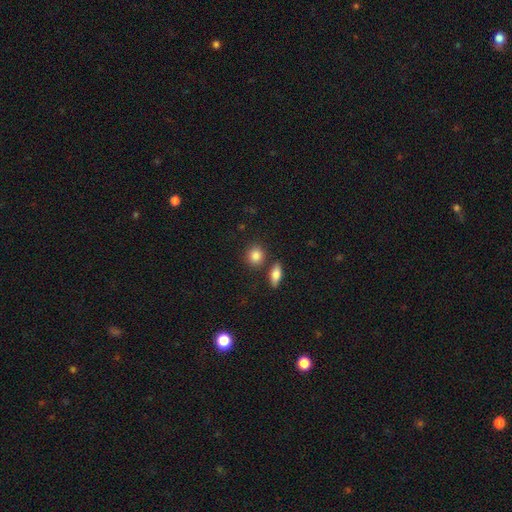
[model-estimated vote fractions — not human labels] Smooth or featured: smooth — 85% (star or artifact — 8%)
How rounded: round — 75% (in between — 23%)
Merging: none — 79% (merger — 9%)